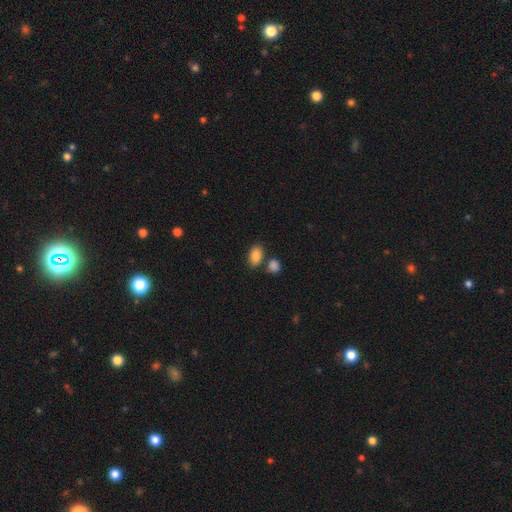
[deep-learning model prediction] smooth 87%, star or artifact 8%, featured or disk 5%. Down the decision tree: how rounded — in between (87%); merging — none (68%).